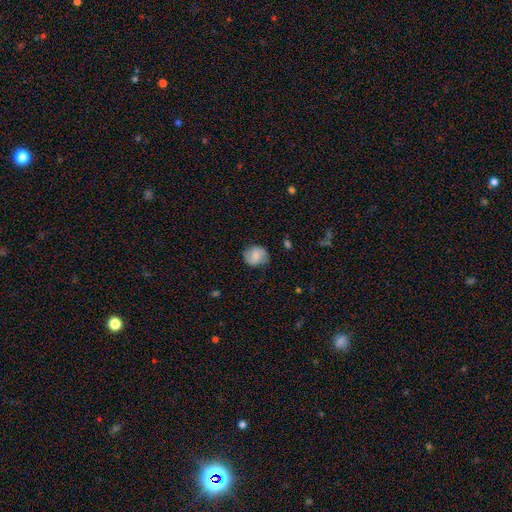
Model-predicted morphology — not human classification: Overall: smooth (51%; featured or disk 41%). How rounded: round (75%). Merging: none (78%).